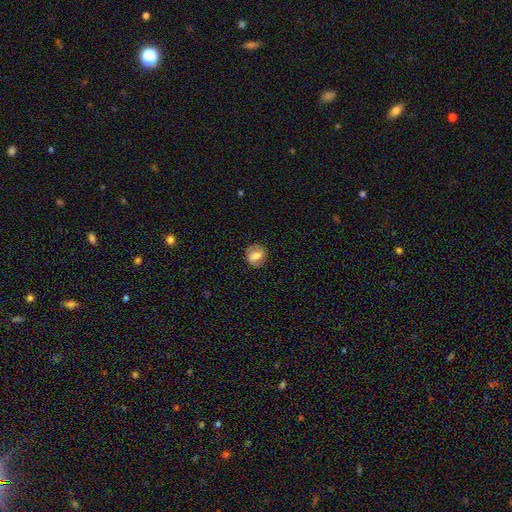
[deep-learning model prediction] Smooth or featured? Predicted: smooth (p=0.49). Merging? Predicted: none (p=0.82).